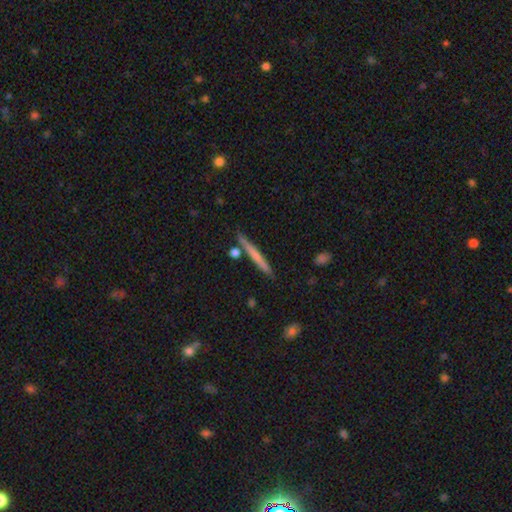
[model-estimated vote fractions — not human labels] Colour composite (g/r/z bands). It shows a smooth galaxy with no disk features (58%) that is cigar-shaped (96%). Merging: none (86%).